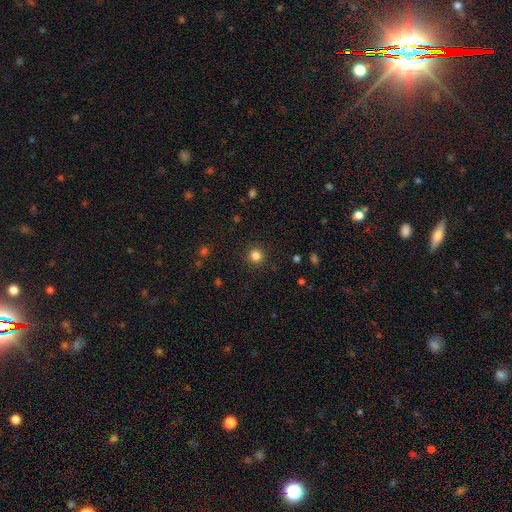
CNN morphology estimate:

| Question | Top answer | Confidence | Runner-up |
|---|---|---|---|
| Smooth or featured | smooth | 83% | star or artifact (13%) |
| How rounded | round | 94% | in between (5%) |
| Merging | none | 92% | minor disturbance (5%) |